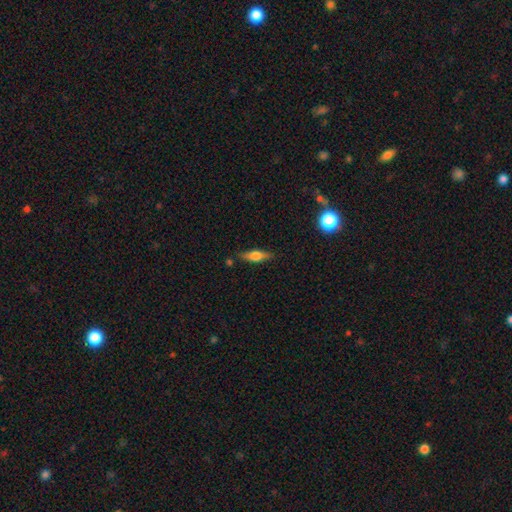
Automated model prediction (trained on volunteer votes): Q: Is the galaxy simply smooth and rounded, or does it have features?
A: smooth — 48%.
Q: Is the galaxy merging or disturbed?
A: none — 82%.